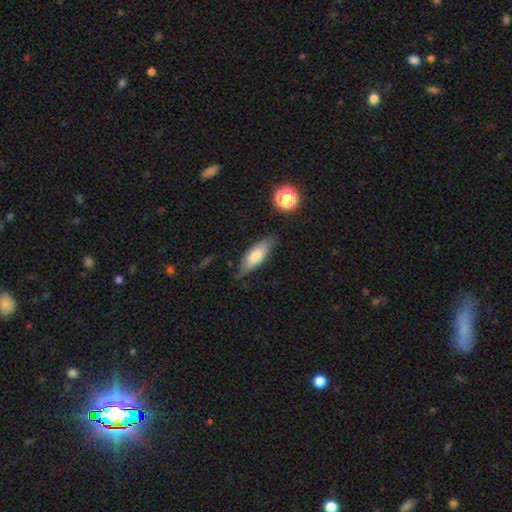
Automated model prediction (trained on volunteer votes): Overall: smooth (73%). How rounded: in between (65%; cigar-shaped 32%). Merging: none (74%).